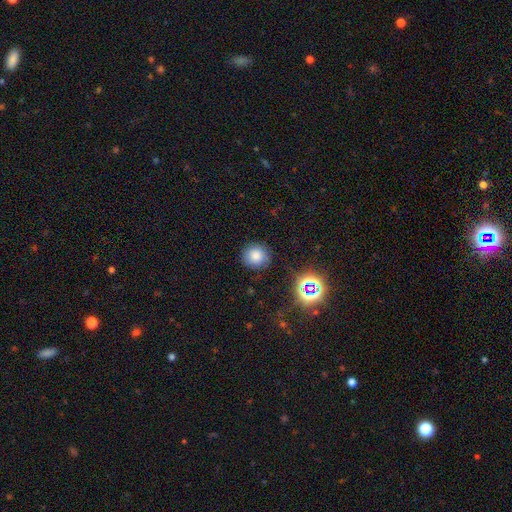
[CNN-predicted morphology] Smooth or featured: smooth — 78% (star or artifact — 15%)
How rounded: round — 91% (in between — 8%)
Merging: none — 86% (minor disturbance — 9%)